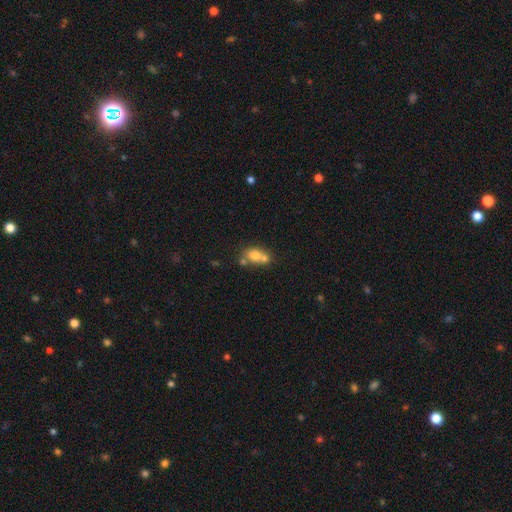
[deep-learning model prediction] Overall: smooth (69%). How rounded: in between (57%; round 40%). Merging: merger (57%; none 29%).